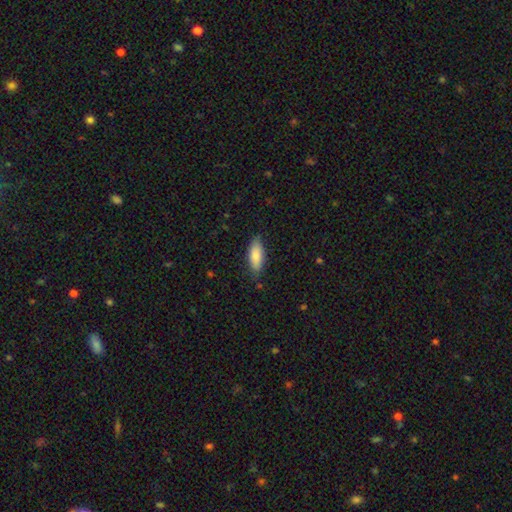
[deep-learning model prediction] A smooth galaxy with no disk features (84%) that is in between round and cigar-shaped (74%). Merging: none (81%).